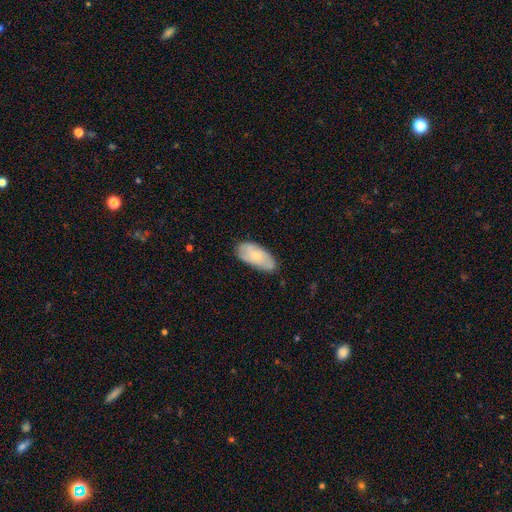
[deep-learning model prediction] Morphology: type=smooth (62%); roundness=in between (90%); merging=none (71%).